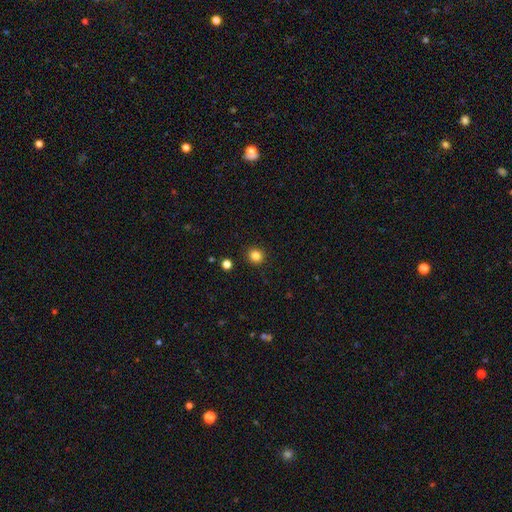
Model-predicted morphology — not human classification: Smooth or featured: smooth — 83% (star or artifact — 12%)
How rounded: round — 90% (in between — 9%)
Merging: none — 92% (minor disturbance — 5%)